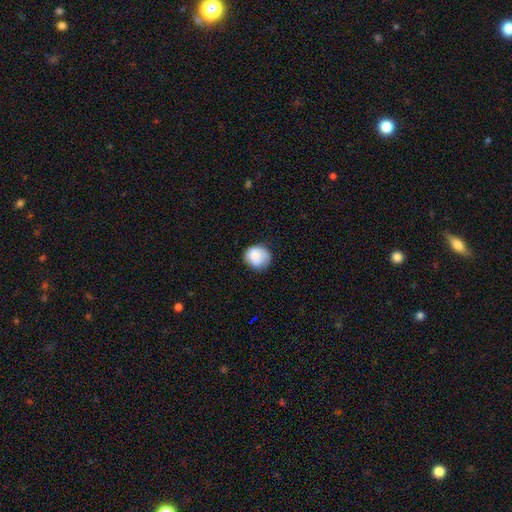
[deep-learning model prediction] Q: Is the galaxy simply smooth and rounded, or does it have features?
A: smooth — 83%.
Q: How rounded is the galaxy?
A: round — 79%.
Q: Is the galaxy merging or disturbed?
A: none — 66%.